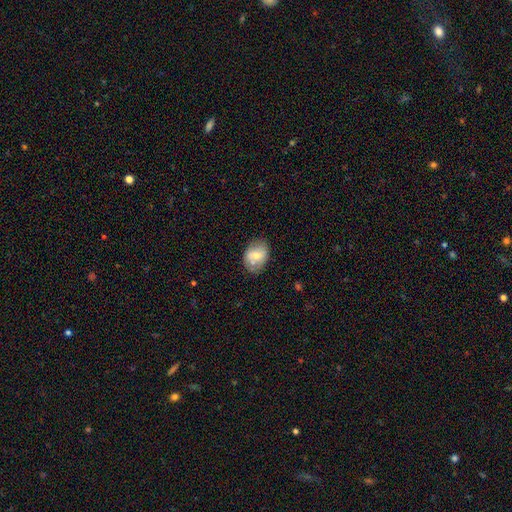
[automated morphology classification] Smooth or featured?
  - smooth: 62% *
  - featured or disk: 30%
  - star or artifact: 8%
How rounded?
  - in between: 71% *
  - round: 27%
  - cigar-shaped: 1%
Merging?
  - none: 69% *
  - minor disturbance: 21%
  - major disturbance: 5%
  - merger: 5%